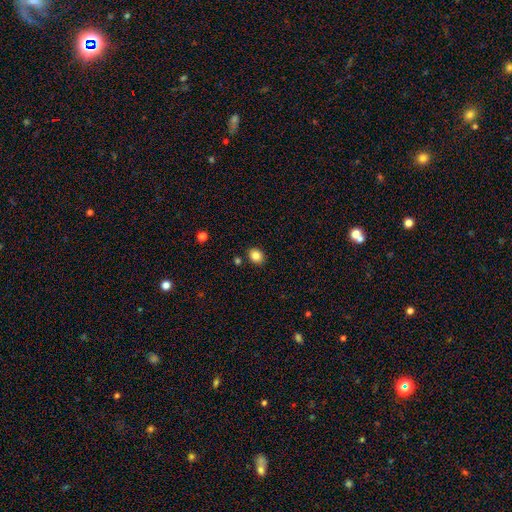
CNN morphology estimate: smooth_or_featured: smooth (p=0.84) [alt: star or artifact p=0.10]
how_rounded: round (p=0.57) [alt: in between p=0.42]
merging: none (p=0.86) [alt: minor disturbance p=0.08]